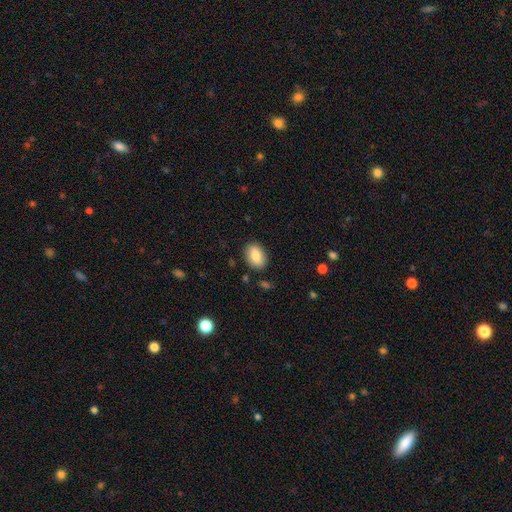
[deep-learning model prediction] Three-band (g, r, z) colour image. It shows a smooth galaxy with no disk features (84%) that is in between round and cigar-shaped (82%). Merging: none (86%).